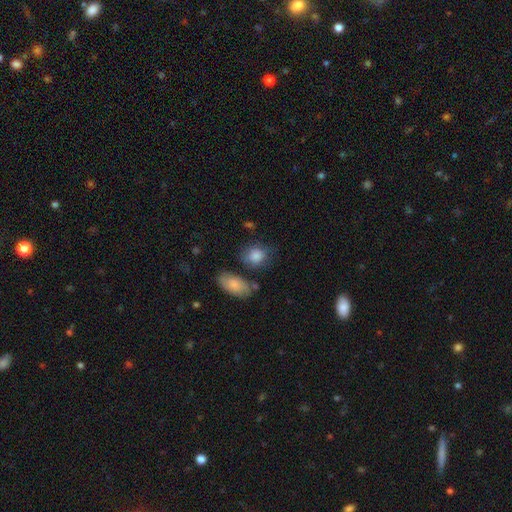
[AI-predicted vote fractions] smooth-or-featured: smooth: 83% | featured or disk: 9% | star or artifact: 8%
  how-rounded: round: 53% | in between: 45% | cigar-shaped: 2%
  merging: none: 62% | minor disturbance: 21% | merger: 10% | major disturbance: 7%